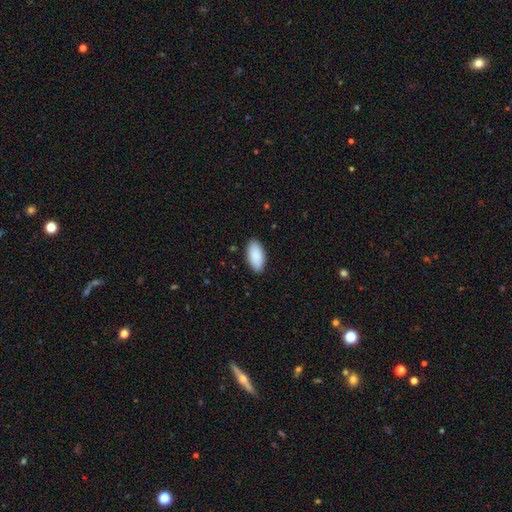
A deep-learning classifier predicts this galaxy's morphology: Smooth or featured?
  - smooth: 91% *
  - star or artifact: 6%
  - featured or disk: 4%
How rounded?
  - in between: 94% *
  - cigar-shaped: 4%
  - round: 2%
Merging?
  - none: 89% *
  - minor disturbance: 8%
  - major disturbance: 2%
  - merger: 1%